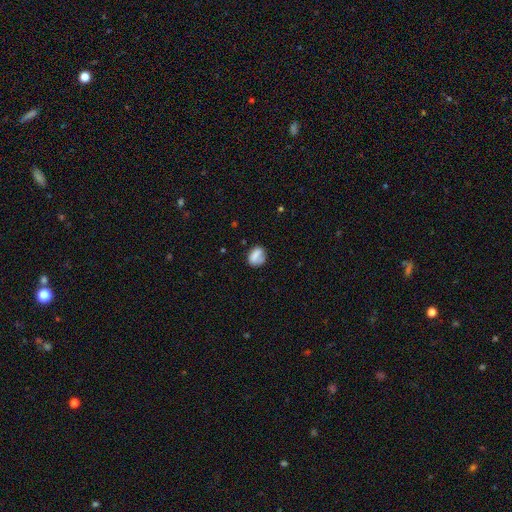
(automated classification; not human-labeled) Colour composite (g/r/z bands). It shows a smooth galaxy with no disk features (74%) that is in between round and cigar-shaped (54%). Merging: none (59%).